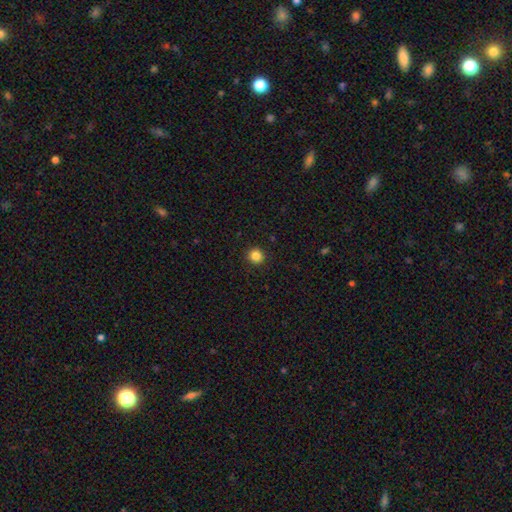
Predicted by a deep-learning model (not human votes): A smooth galaxy with no disk features (85%) that is round (94%).

Vote fractions:
- Smooth or featured? smooth: 85% / star or artifact: 12% / featured or disk: 4%
- How rounded? round: 94% / in between: 5% / cigar-shaped: 1%
- Merging? none: 92% / minor disturbance: 5% / major disturbance: 2% / merger: 1%